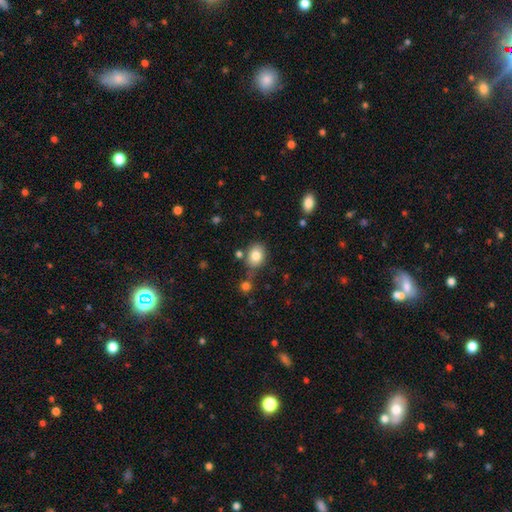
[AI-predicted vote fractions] Q: Smooth or featured?
A: smooth (82%); runner-up: star or artifact (10%)
Q: How rounded?
A: in between (53%); runner-up: round (46%)
Q: Merging?
A: none (71%); runner-up: minor disturbance (15%)